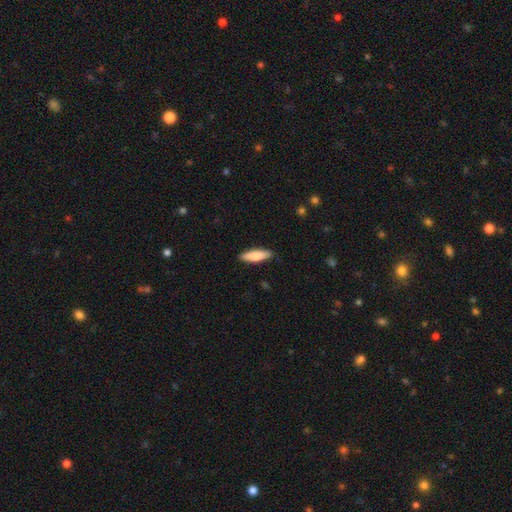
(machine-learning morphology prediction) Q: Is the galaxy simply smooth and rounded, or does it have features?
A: smooth — 81%.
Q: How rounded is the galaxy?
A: cigar-shaped — 54%.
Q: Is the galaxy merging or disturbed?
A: none — 88%.